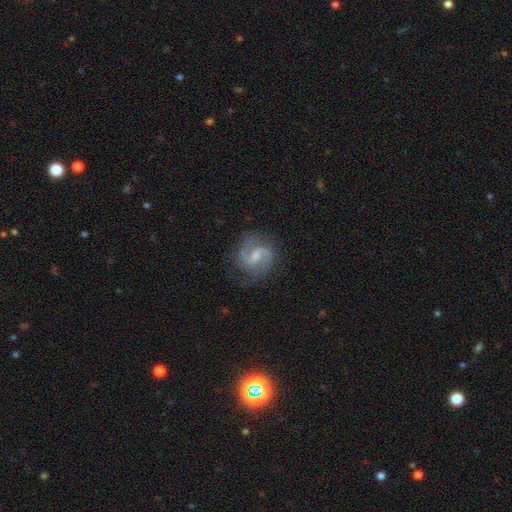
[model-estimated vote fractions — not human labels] Smooth or featured? Predicted: featured or disk (p=0.90). Edge-on disk? Predicted: no (p=0.98). Bar? Predicted: weak (p=0.57). Spiral arms? Predicted: yes (p=0.98). Spiral winding? Predicted: medium (p=0.59). Spiral arm count? Predicted: 2 (p=0.93). Bulge size? Predicted: small (p=0.54). Merging? Predicted: none (p=0.82).